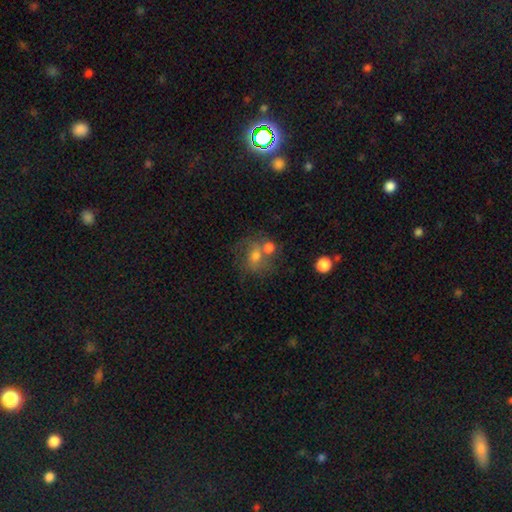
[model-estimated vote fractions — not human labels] smooth 48%, featured or disk 33%, star or artifact 19%. Down the decision tree: merging — none (46%).